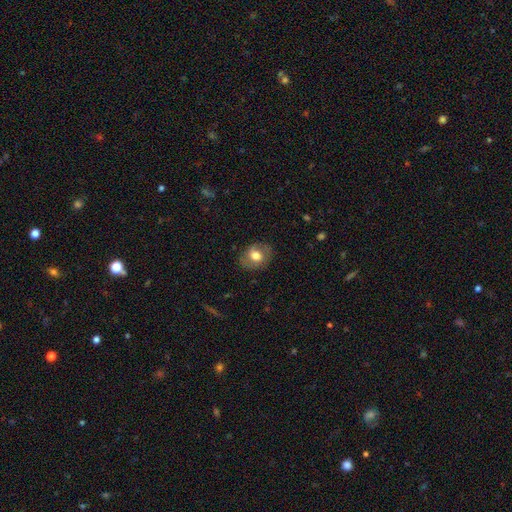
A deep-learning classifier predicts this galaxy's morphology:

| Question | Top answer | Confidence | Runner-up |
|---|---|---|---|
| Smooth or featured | smooth | 65% | featured or disk (26%) |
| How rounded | round | 53% | in between (46%) |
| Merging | none | 79% | minor disturbance (15%) |